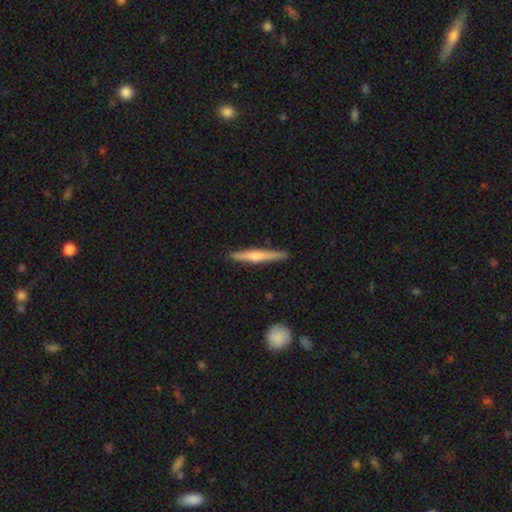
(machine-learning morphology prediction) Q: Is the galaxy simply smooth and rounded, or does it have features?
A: featured or disk — 63%.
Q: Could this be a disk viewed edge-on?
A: yes — 98%.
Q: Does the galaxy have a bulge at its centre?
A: rounded — 78%.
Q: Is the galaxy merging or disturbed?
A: none — 90%.